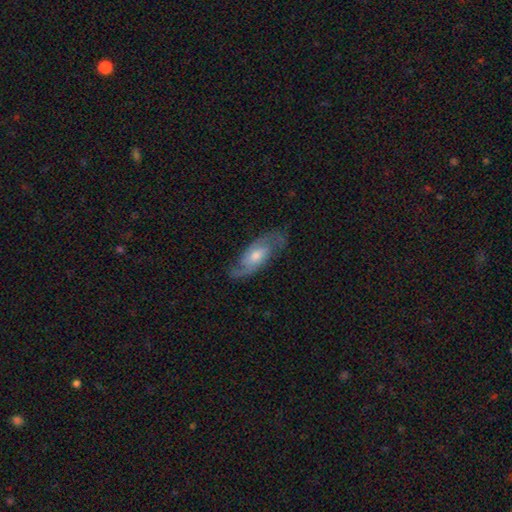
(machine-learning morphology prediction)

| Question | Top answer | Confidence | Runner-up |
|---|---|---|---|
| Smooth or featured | featured or disk | 78% | smooth (16%) |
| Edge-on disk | no | 91% | yes (9%) |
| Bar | no | 58% | weak (35%) |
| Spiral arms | yes | 94% | no (6%) |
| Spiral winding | medium | 49% | tight (26%) |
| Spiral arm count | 2 | 86% | can't tell (7%) |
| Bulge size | moderate | 61% | small (25%) |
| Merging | none | 77% | minor disturbance (16%) |